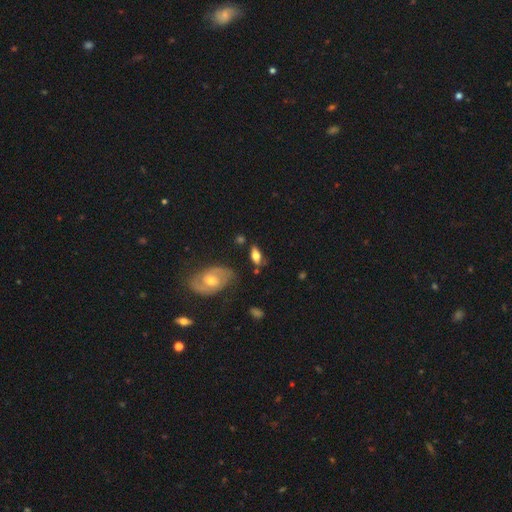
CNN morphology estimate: This is possibly a smooth galaxy (60%). How rounded: clearly in between (82%). Merging: likely none (67%).